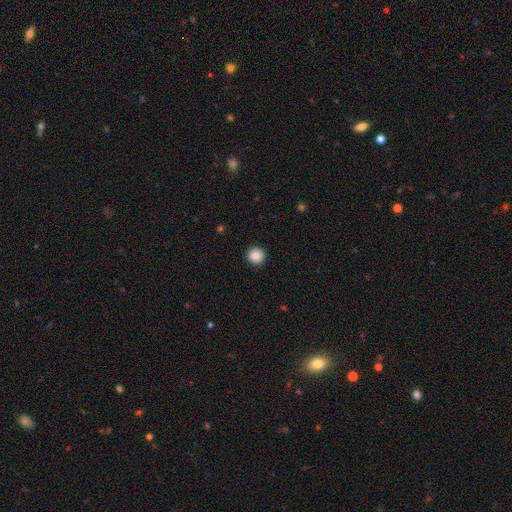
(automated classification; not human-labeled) Overall: smooth (87%). How rounded: round (94%). Merging: none (93%).